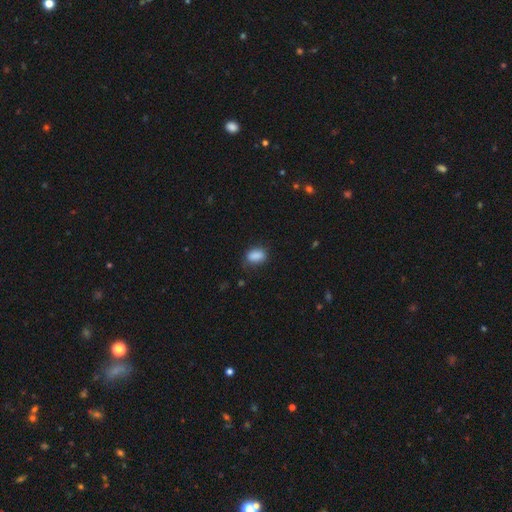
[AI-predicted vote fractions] A smooth galaxy with no disk features (87%) that is in between round and cigar-shaped (84%).

Vote fractions:
- Smooth or featured? smooth: 87% / star or artifact: 9% / featured or disk: 5%
- How rounded? in between: 84% / round: 13% / cigar-shaped: 3%
- Merging? none: 68% / minor disturbance: 24% / major disturbance: 6% / merger: 2%